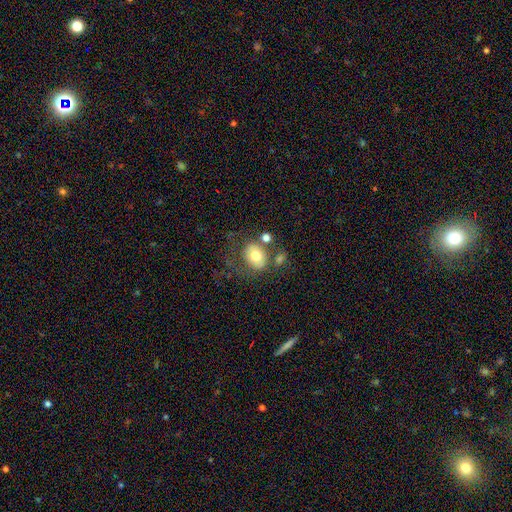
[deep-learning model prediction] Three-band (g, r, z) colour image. It shows a smooth galaxy with no disk features (67%) that is round (60%). Merging: none (48%).